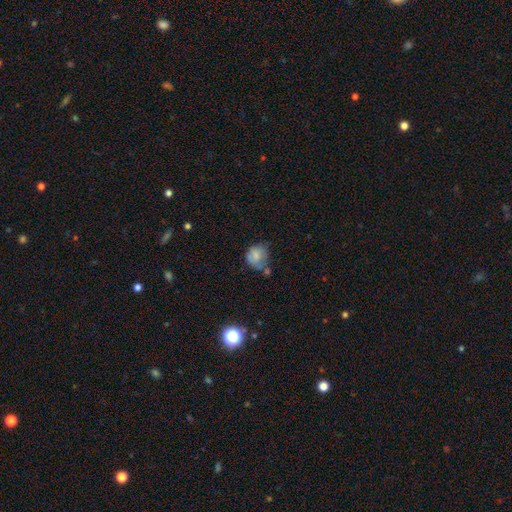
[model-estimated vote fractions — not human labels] This appears to be a smooth galaxy with no disk features (70%) that is round (62%). Merging: none (34%).